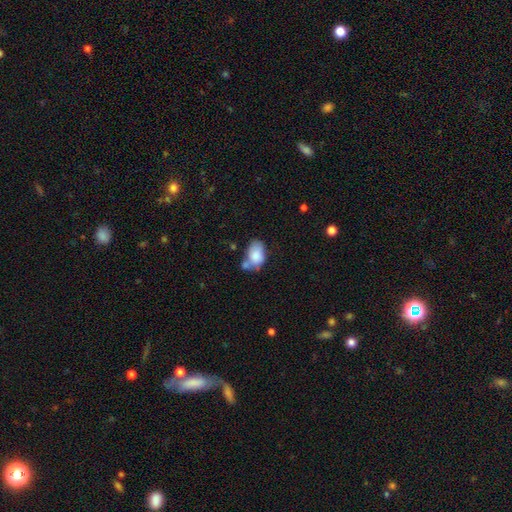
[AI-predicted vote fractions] A smooth galaxy with no disk features (80%) that is in between round and cigar-shaped (85%).

Vote fractions:
- Smooth or featured? smooth: 80% / featured or disk: 13% / star or artifact: 7%
- How rounded? in between: 85% / round: 14% / cigar-shaped: 1%
- Merging? none: 36% / merger: 29% / minor disturbance: 24% / major disturbance: 10%